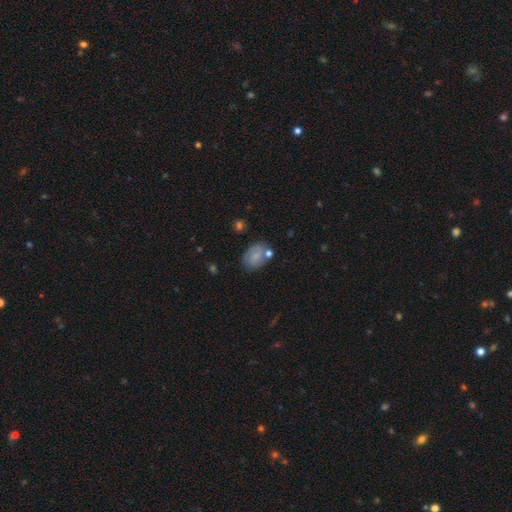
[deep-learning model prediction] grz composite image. It shows a smooth galaxy with no disk features (67%) that is in between round and cigar-shaped (76%). Merging: none (62%).